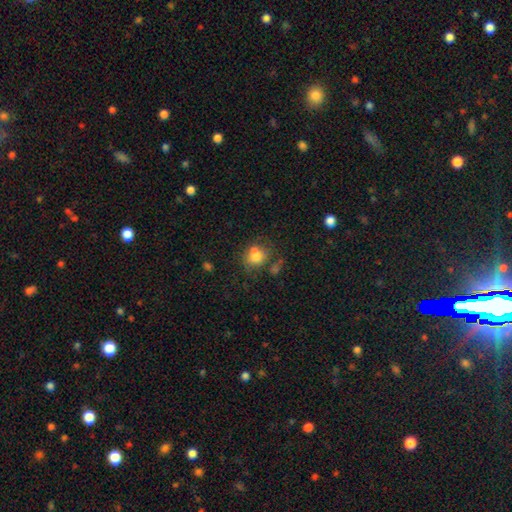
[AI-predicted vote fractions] This is likely a smooth galaxy (72%). How rounded: likely round (68%). Merging: possibly none (48%).